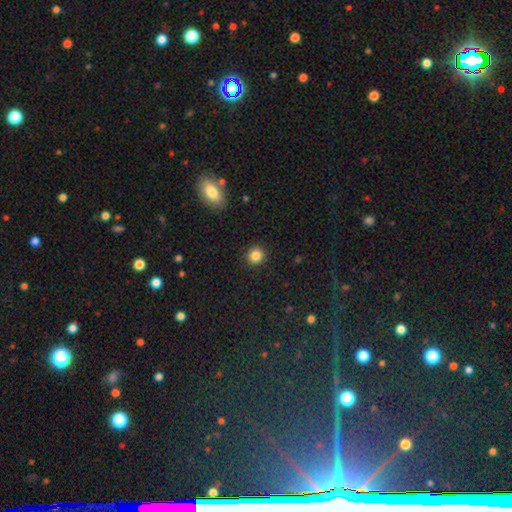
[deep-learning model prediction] A smooth galaxy with no disk features (85%) that is round (92%). Merging: none (92%).